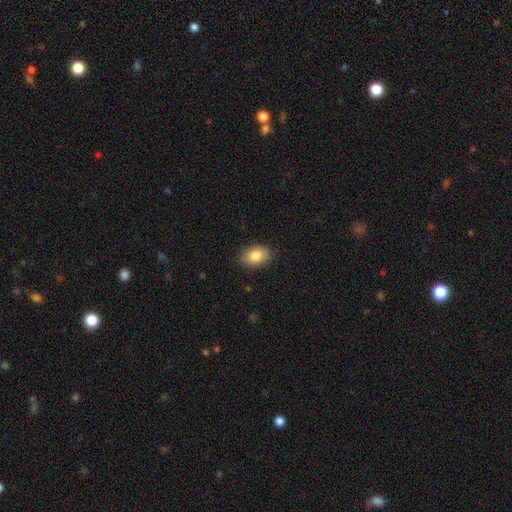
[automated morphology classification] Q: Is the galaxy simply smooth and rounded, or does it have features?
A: smooth — 86%.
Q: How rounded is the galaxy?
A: in between — 86%.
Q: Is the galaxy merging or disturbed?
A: none — 87%.